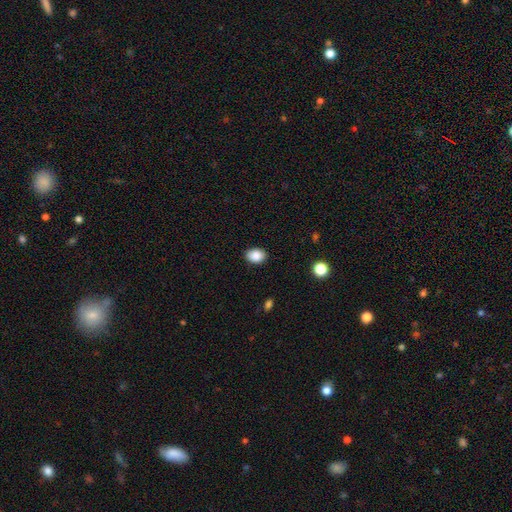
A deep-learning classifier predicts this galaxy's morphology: Smooth or featured? smooth (88%)
How rounded? in between (72%)
Merging? none (87%)